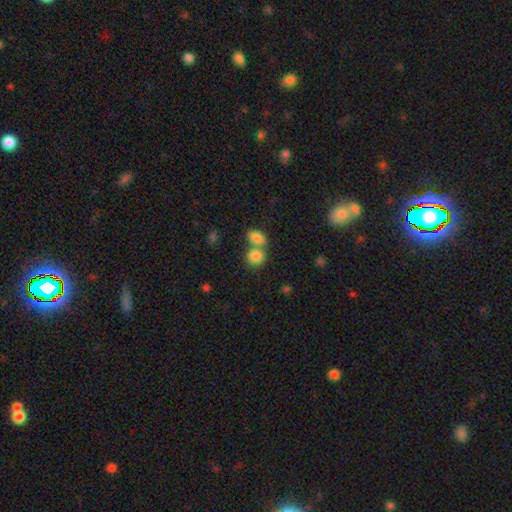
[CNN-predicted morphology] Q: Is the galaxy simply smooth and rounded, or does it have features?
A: smooth — 83%.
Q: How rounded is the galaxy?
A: round — 64%.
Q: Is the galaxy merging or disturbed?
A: merger — 51%.